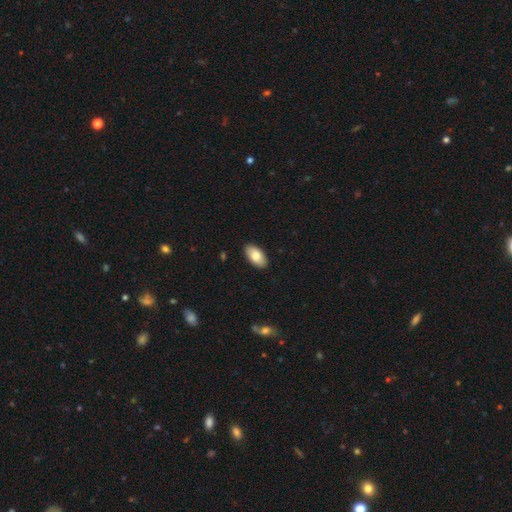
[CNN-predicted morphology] smooth-or-featured: smooth: 81% | featured or disk: 12% | star or artifact: 6%
  how-rounded: in between: 95% | round: 3% | cigar-shaped: 3%
  merging: none: 89% | minor disturbance: 8% | major disturbance: 2% | merger: 1%